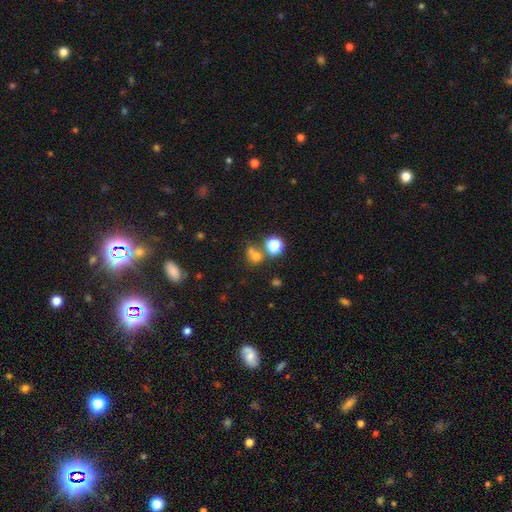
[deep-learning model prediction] smooth 65%, star or artifact 24%, featured or disk 11%. Down the decision tree: how rounded — round (76%); merging — none (48%).